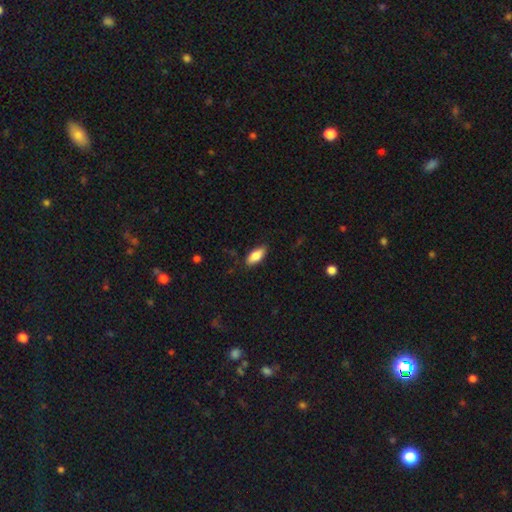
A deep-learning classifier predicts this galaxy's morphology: This appears to be a smooth galaxy with no disk features (86%) that is in between round and cigar-shaped (86%). Merging: none (84%).